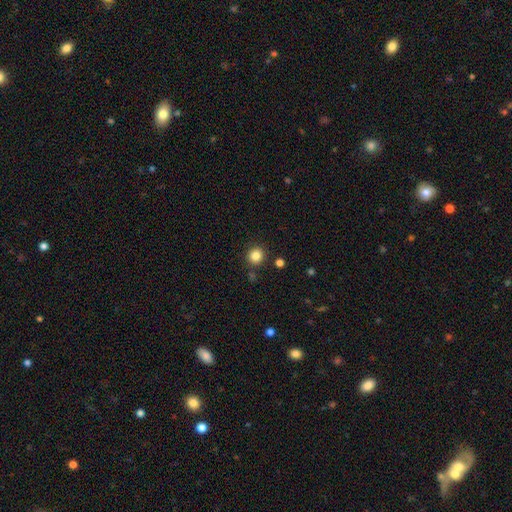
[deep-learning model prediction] A smooth galaxy with no disk features (84%) that is round (91%).

Vote fractions:
- Smooth or featured? smooth: 84% / star or artifact: 11% / featured or disk: 4%
- How rounded? round: 91% / in between: 8% / cigar-shaped: 1%
- Merging? none: 86% / minor disturbance: 7% / merger: 4% / major disturbance: 3%